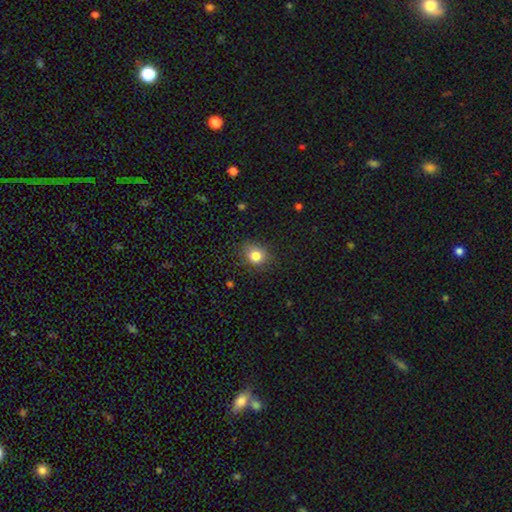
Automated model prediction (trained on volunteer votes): Smooth or featured? Predicted: smooth (p=0.82). How rounded? Predicted: round (p=0.68). Merging? Predicted: none (p=0.82).